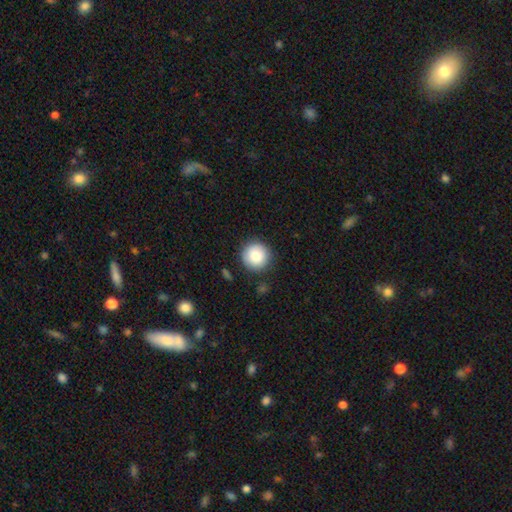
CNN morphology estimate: smooth_or_featured: smooth (p=0.86) [alt: star or artifact p=0.07]
how_rounded: round (p=0.95) [alt: in between p=0.04]
merging: none (p=0.88) [alt: minor disturbance p=0.08]